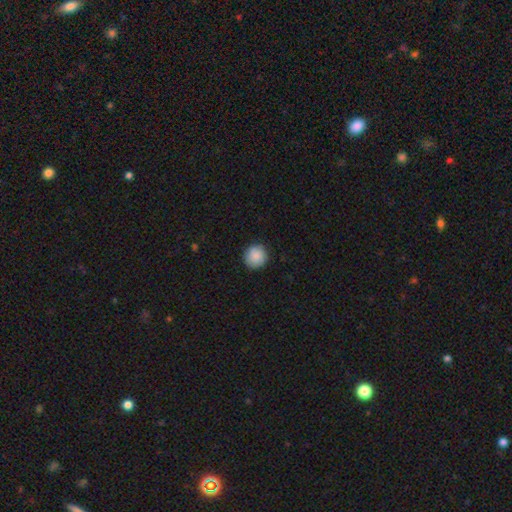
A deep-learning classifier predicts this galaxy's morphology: A smooth galaxy with no disk features (88%) that is round (94%). Merging: none (88%).